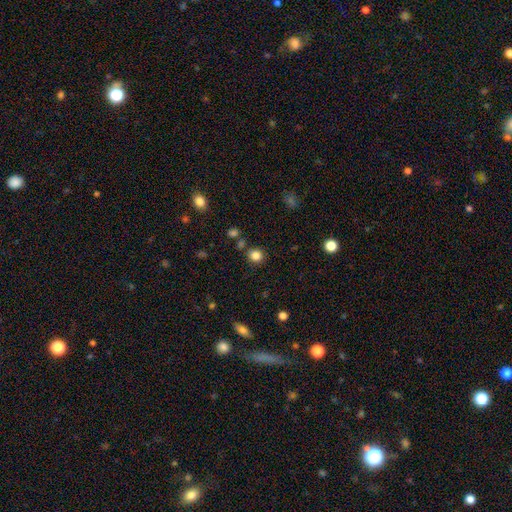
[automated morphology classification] smooth_or_featured: smooth (p=0.83) [alt: star or artifact p=0.12]
how_rounded: round (p=0.87) [alt: in between p=0.12]
merging: none (p=0.84) [alt: minor disturbance p=0.08]